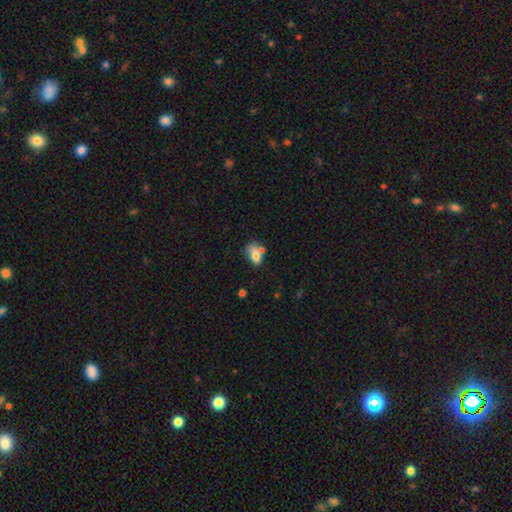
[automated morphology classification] This is likely a smooth galaxy (70%). How rounded: clearly in between (80%). Merging: marginally none (37%).